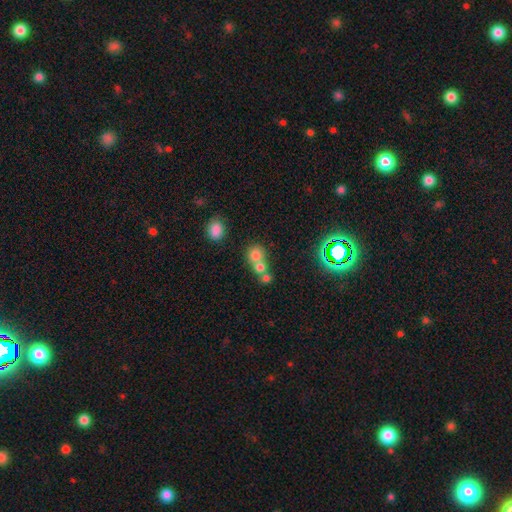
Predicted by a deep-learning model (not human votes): smooth 72%, star or artifact 15%, featured or disk 13%. Down the decision tree: how rounded — round (80%); merging — merger (54%).